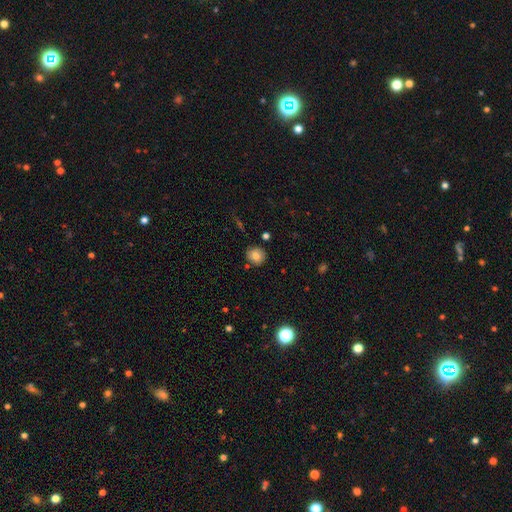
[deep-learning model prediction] Q: Smooth or featured?
A: smooth (78%); runner-up: featured or disk (12%)
Q: How rounded?
A: round (88%); runner-up: in between (11%)
Q: Merging?
A: none (83%); runner-up: minor disturbance (11%)